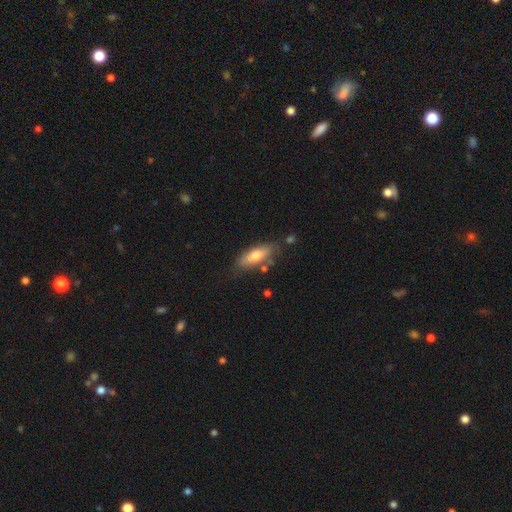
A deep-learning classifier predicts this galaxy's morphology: smooth-or-featured: smooth: 69% | featured or disk: 25% | star or artifact: 6%
  how-rounded: in between: 63% | cigar-shaped: 34% | round: 2%
  merging: none: 73% | minor disturbance: 17% | merger: 6% | major disturbance: 4%